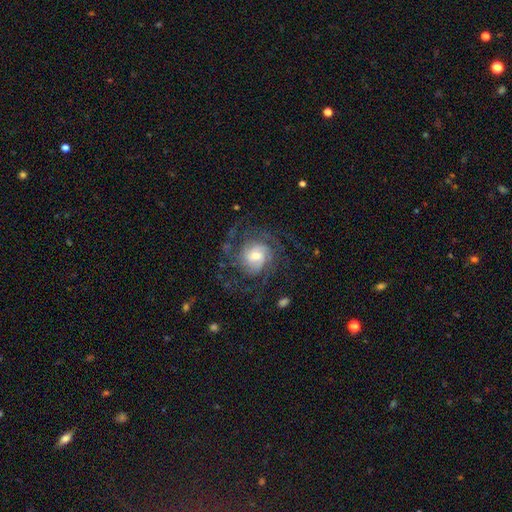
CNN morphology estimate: smooth_or_featured: featured or disk (p=0.84) [alt: smooth p=0.10]
disk_edge_on: no (p=0.98) [alt: yes p=0.02]
bar: no (p=0.59) [alt: weak p=0.33]
has_spiral_arms: yes (p=0.96) [alt: no p=0.04]
spiral_winding: tight (p=0.50) [alt: medium p=0.37]
spiral_arm_count: 3 (p=0.26) [alt: can't tell p=0.25]
bulge_size: moderate (p=0.48) [alt: small p=0.38]
merging: none (p=0.69) [alt: major disturbance p=0.16]